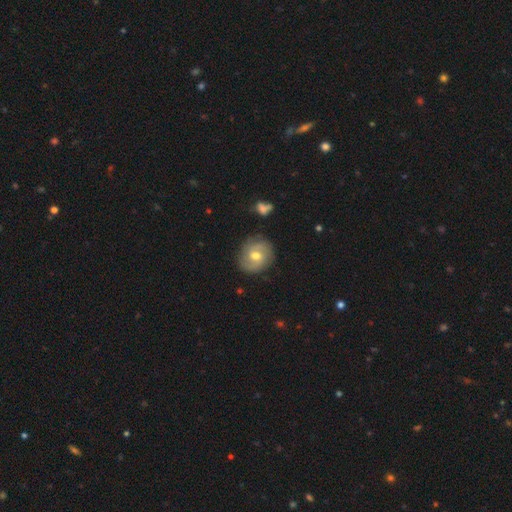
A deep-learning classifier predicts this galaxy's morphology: A featured or disk galaxy (57%) with a weak bar (46%), spiral arms (78%) and a moderate central bulge (75%). Merging: none (80%).